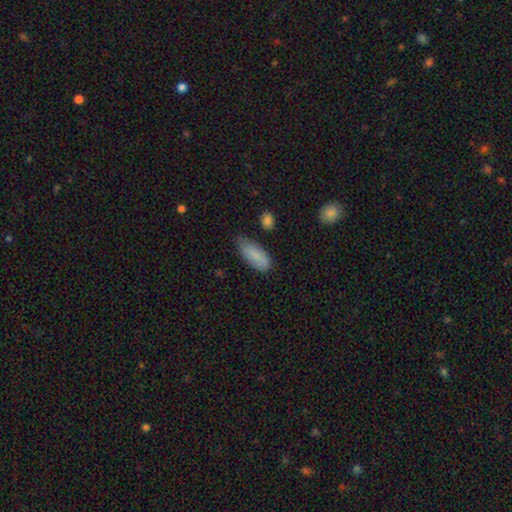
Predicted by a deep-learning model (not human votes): Smooth or featured?
  - smooth: 85% *
  - featured or disk: 9%
  - star or artifact: 6%
How rounded?
  - in between: 85% *
  - cigar-shaped: 13%
  - round: 2%
Merging?
  - none: 61% *
  - minor disturbance: 31%
  - major disturbance: 6%
  - merger: 2%